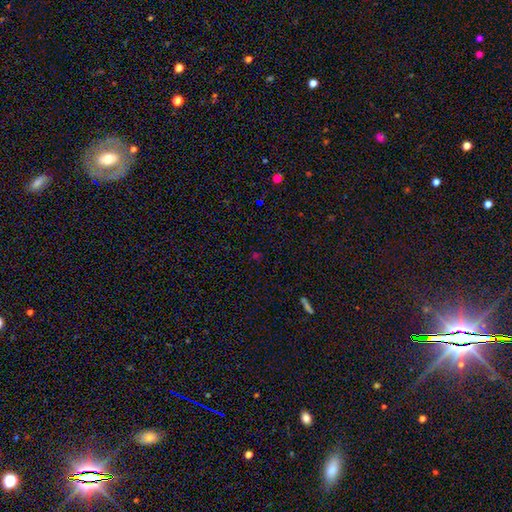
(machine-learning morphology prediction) smooth-or-featured: star or artifact: 59% | smooth: 33% | featured or disk: 8%